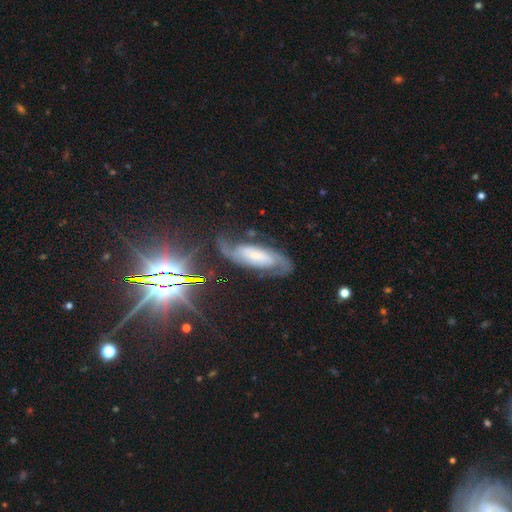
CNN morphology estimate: A featured or disk galaxy (74%) with no bar (43%), 2 (82%) medium (46%) spiral arms (95%) and a small central bulge (53%). Merging: none (67%).